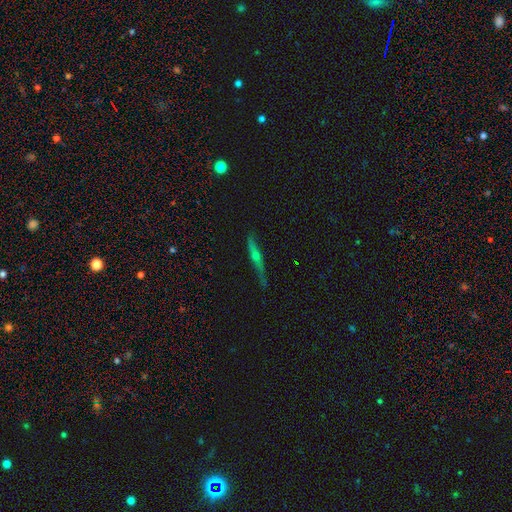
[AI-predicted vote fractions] Q: Smooth or featured?
A: featured or disk (68%); runner-up: smooth (24%)
Q: Edge-on disk?
A: yes (93%); runner-up: no (7%)
Q: Edge-on bulge?
A: rounded (84%); runner-up: none (12%)
Q: Merging?
A: none (77%); runner-up: minor disturbance (17%)